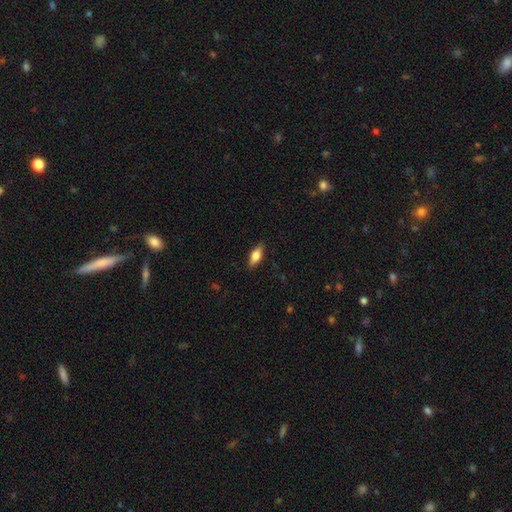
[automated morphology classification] Q: Smooth or featured?
A: smooth (71%); runner-up: featured or disk (22%)
Q: How rounded?
A: in between (75%); runner-up: cigar-shaped (21%)
Q: Merging?
A: none (86%); runner-up: minor disturbance (11%)